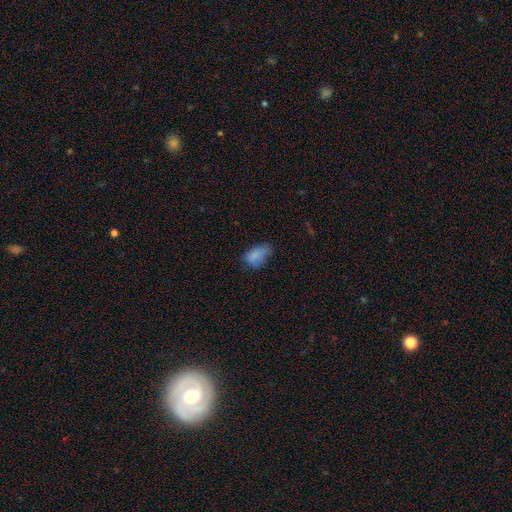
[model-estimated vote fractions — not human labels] A smooth galaxy with no disk features (80%) that is in between round and cigar-shaped (91%). Merging: none (46%).